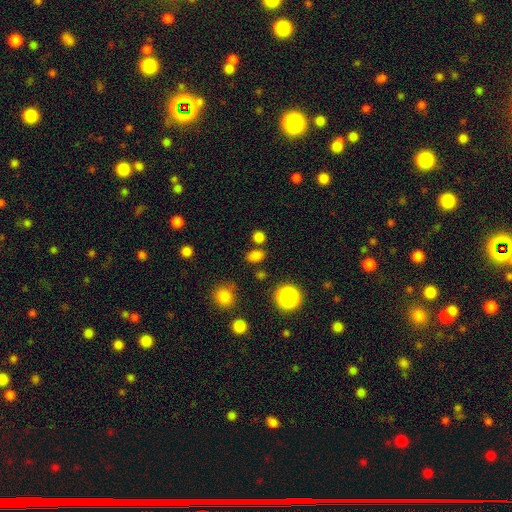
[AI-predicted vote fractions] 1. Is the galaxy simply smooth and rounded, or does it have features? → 79% smooth, 16% star or artifact, 5% featured or disk.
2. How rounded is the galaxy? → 71% in between, 27% round, 2% cigar-shaped.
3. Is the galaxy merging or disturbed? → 77% none, 10% minor disturbance, 9% merger, 4% major disturbance.